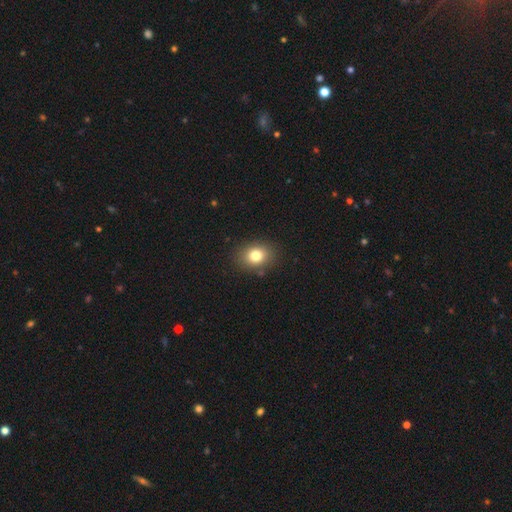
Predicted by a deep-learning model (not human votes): Smooth or featured: smooth — 79% (star or artifact — 11%)
How rounded: in between — 54% (round — 45%)
Merging: none — 85% (minor disturbance — 10%)